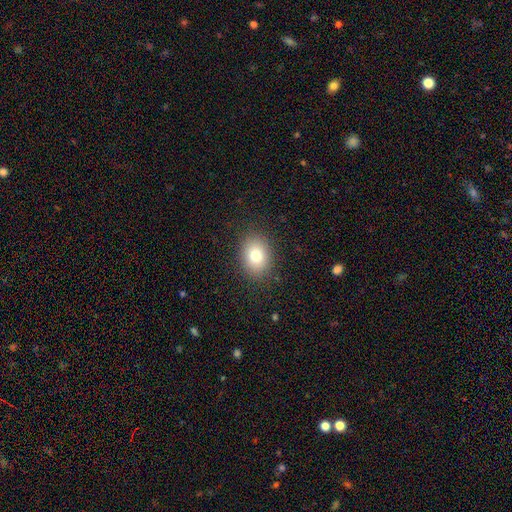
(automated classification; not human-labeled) smooth 78%, star or artifact 11%, featured or disk 11%. Down the decision tree: how rounded — in between (58%); merging — none (87%).